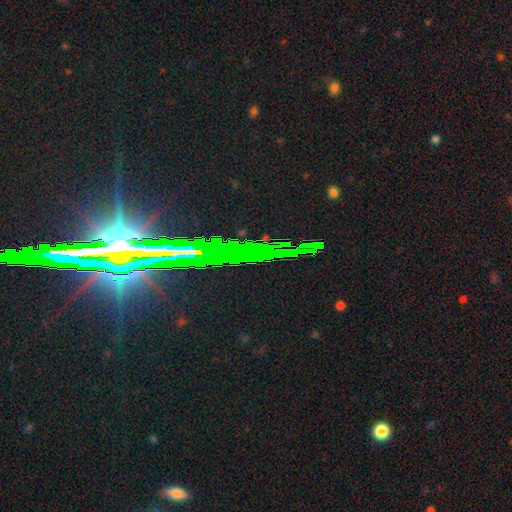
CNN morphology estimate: Overall: star or artifact (79%).